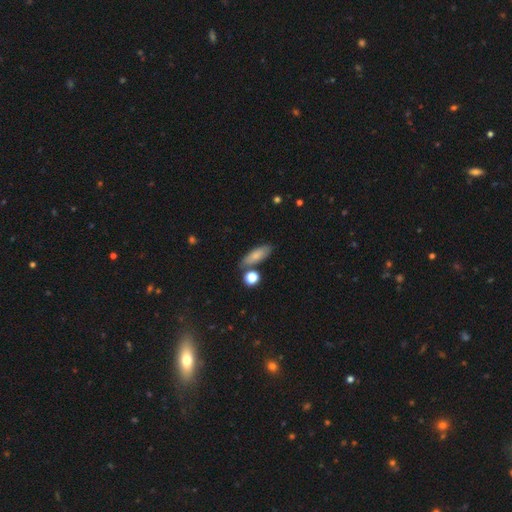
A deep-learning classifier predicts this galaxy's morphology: The model was most divided on "how rounded": in between: 60%, cigar-shaped: 35%, round: 5%. More confident: smooth or featured — smooth (78%); merging — none (73%).